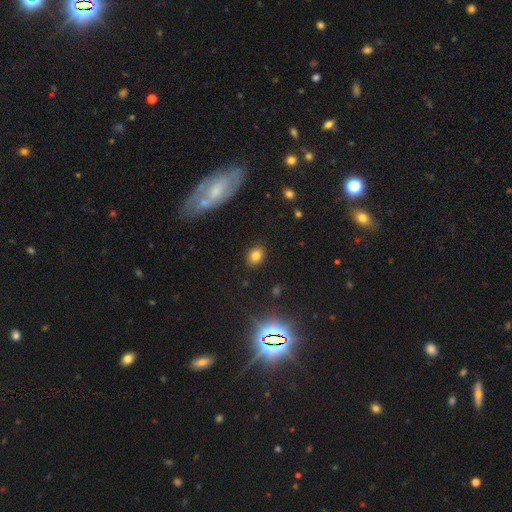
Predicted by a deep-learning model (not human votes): This is likely a smooth galaxy (79%). How rounded: likely in between (61%). Merging: clearly none (87%).